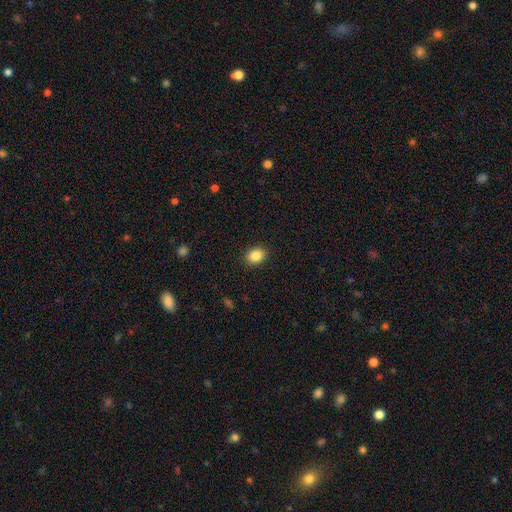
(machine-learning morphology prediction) The model was most divided on "how rounded": in between: 59%, round: 40%, cigar-shaped: 1%. More confident: merging — none (90%); smooth or featured — smooth (87%).